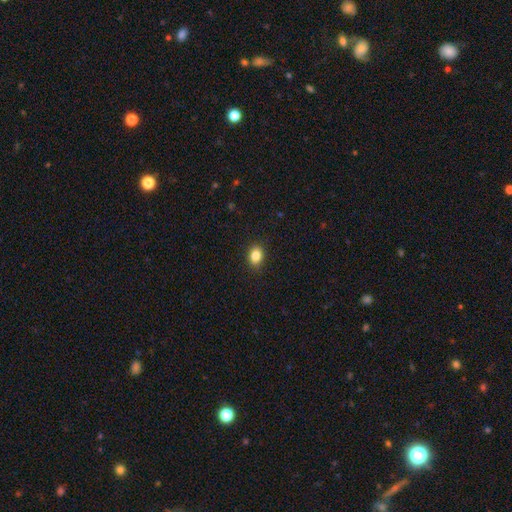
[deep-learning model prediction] Smooth or featured: smooth — 86% (star or artifact — 10%)
How rounded: in between — 68% (round — 31%)
Merging: none — 88% (minor disturbance — 9%)